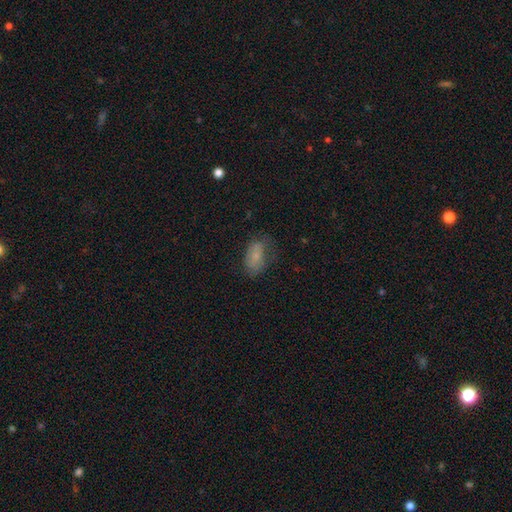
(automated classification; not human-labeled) Smooth or featured? smooth (73%)
How rounded? in between (89%)
Merging? none (55%)